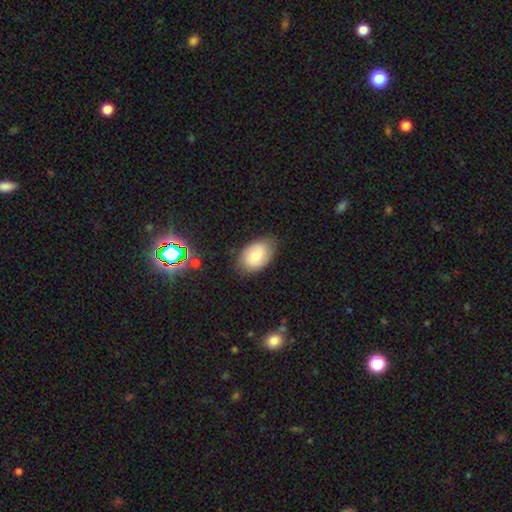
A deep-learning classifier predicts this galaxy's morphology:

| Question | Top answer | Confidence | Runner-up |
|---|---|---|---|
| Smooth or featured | smooth | 74% | featured or disk (18%) |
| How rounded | in between | 88% | round (11%) |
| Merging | none | 75% | minor disturbance (19%) |